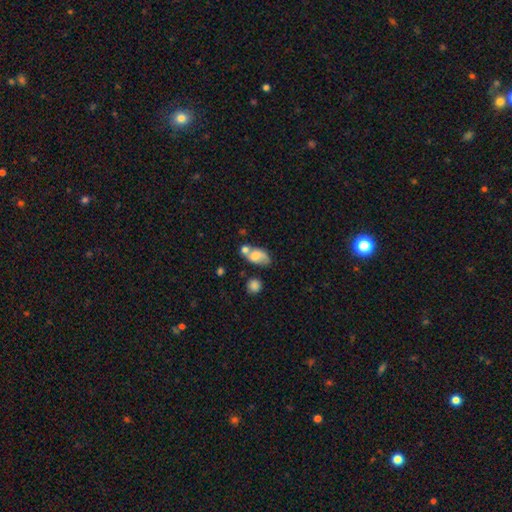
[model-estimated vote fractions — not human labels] Smooth or featured? Predicted: smooth (p=0.63). How rounded? Predicted: in between (p=0.83). Merging? Predicted: merger (p=0.36).